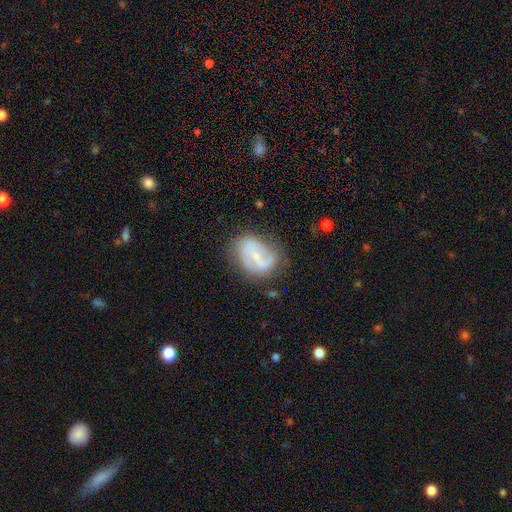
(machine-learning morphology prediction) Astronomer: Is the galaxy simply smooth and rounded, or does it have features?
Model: featured or disk — 71%.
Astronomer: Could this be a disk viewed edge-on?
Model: no — 97%.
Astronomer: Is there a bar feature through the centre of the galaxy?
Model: weak — 43% (runner-up: strong, 35%).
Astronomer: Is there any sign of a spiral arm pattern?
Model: yes — 75%.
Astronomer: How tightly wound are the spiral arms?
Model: medium — 42% (runner-up: tight, 34%).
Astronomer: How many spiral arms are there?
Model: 2 — 64%.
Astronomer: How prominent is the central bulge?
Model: small — 60%.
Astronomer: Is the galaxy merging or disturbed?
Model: none — 62%.